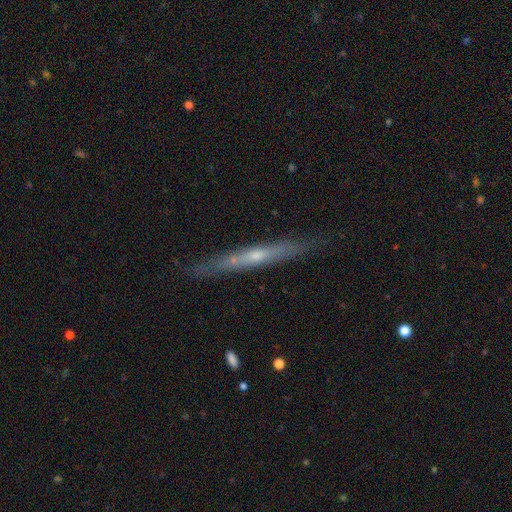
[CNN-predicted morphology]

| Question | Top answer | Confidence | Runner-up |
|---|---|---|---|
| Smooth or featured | featured or disk | 68% | smooth (26%) |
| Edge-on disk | yes | 95% | no (5%) |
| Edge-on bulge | rounded | 53% | none (43%) |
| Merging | none | 87% | minor disturbance (10%) |